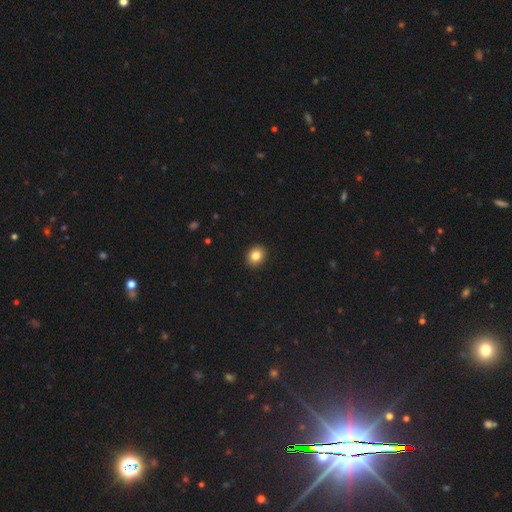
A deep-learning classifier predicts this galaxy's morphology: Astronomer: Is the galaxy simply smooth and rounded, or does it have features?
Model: smooth — 85%.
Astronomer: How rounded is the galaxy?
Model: round — 53% (runner-up: in between, 46%).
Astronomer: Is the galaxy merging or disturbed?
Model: none — 92%.